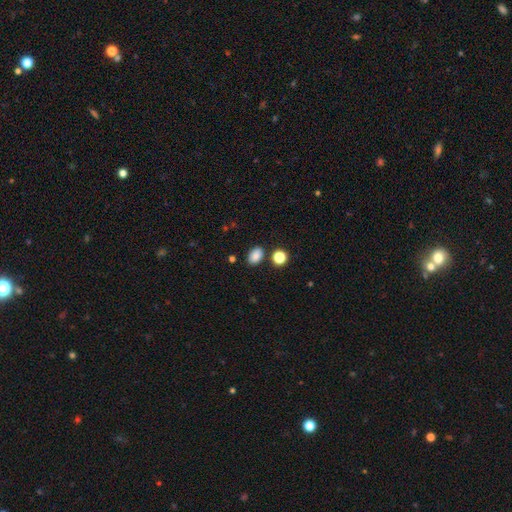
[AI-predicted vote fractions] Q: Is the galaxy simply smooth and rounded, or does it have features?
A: smooth — 85%.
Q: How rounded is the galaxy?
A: in between — 81%.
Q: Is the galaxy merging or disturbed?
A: none — 81%.